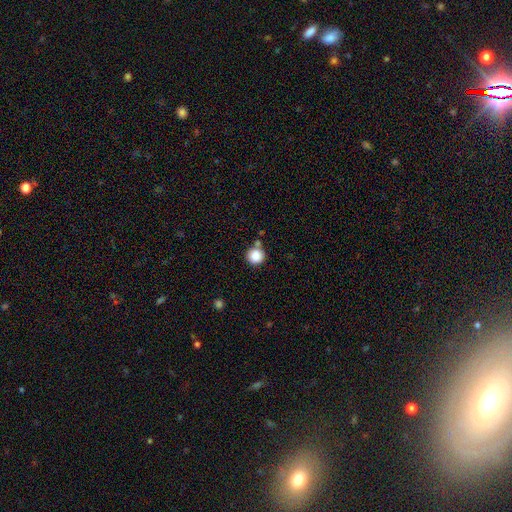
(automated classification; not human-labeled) A smooth galaxy with no disk features (86%) that is round (94%). Merging: none (73%).